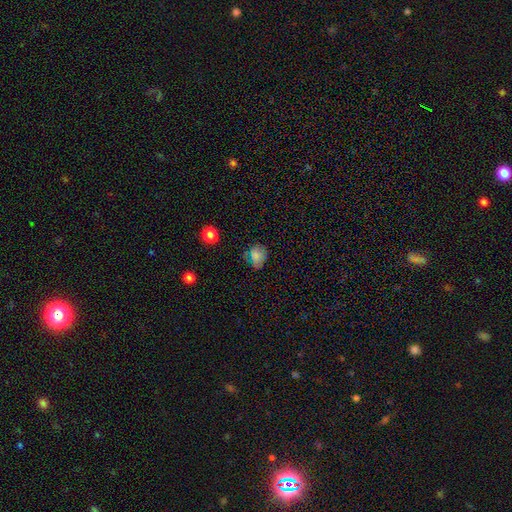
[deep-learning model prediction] Q: Smooth or featured?
A: smooth (77%); runner-up: star or artifact (14%)
Q: How rounded?
A: in between (51%); runner-up: round (48%)
Q: Merging?
A: none (66%); runner-up: minor disturbance (24%)